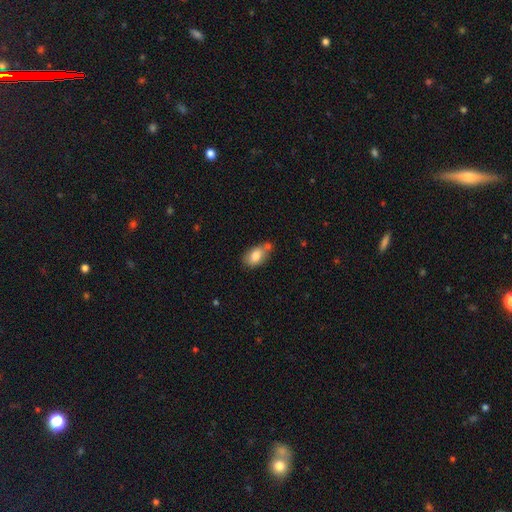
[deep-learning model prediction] This appears to be a smooth galaxy with no disk features (80%) that is in between round and cigar-shaped (89%). Merging: none (48%).